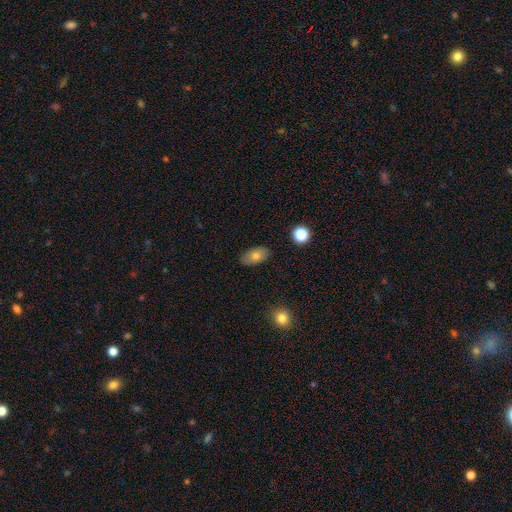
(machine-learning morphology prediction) A smooth galaxy with no disk features (76%) that is in between round and cigar-shaped (91%).

Vote fractions:
- Smooth or featured? smooth: 76% / featured or disk: 16% / star or artifact: 8%
- How rounded? in between: 91% / round: 6% / cigar-shaped: 2%
- Merging? none: 85% / minor disturbance: 11% / major disturbance: 2% / merger: 1%